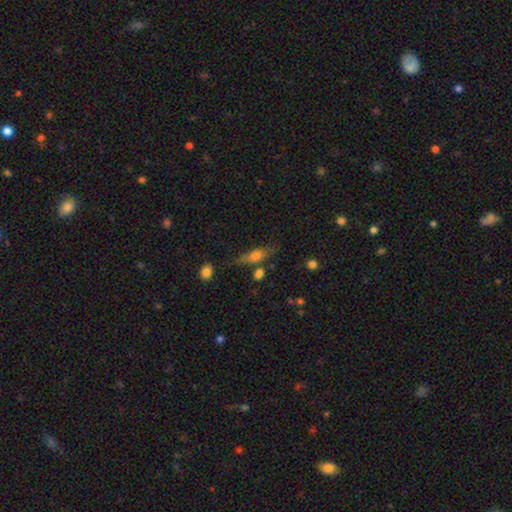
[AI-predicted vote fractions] smooth-or-featured: smooth: 59% | featured or disk: 30% | star or artifact: 11%
  how-rounded: in between: 51% | cigar-shaped: 42% | round: 7%
  merging: none: 56% | minor disturbance: 22% | merger: 11% | major disturbance: 10%